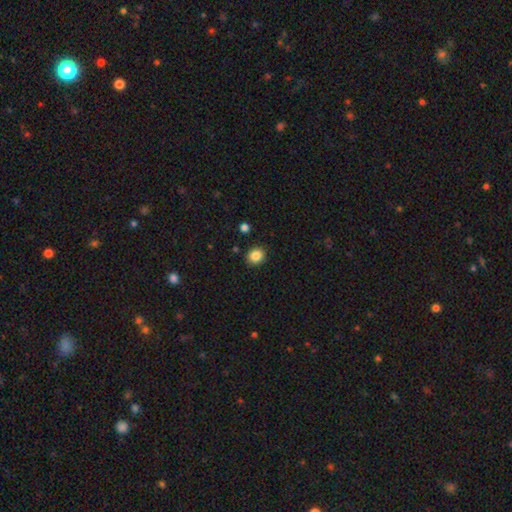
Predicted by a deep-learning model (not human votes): Overall: smooth (86%). How rounded: round (77%). Merging: none (90%).